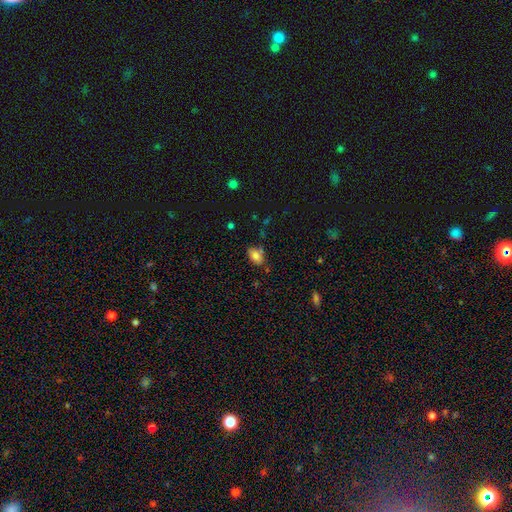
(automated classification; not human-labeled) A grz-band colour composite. It shows a smooth galaxy with no disk features (79%) that is in between round and cigar-shaped (86%). Merging: none (68%).